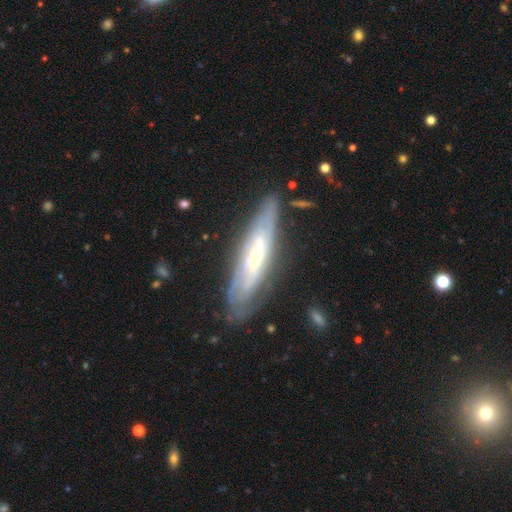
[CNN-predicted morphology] Q: Smooth or featured?
A: featured or disk (67%); runner-up: smooth (26%)
Q: Edge-on disk?
A: yes (51%); runner-up: no (49%)
Q: Merging?
A: none (75%); runner-up: minor disturbance (18%)